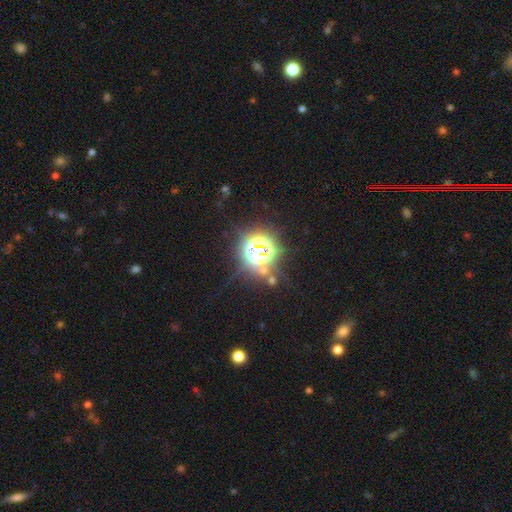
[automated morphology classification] A star or artifact, not a galaxy (76%).